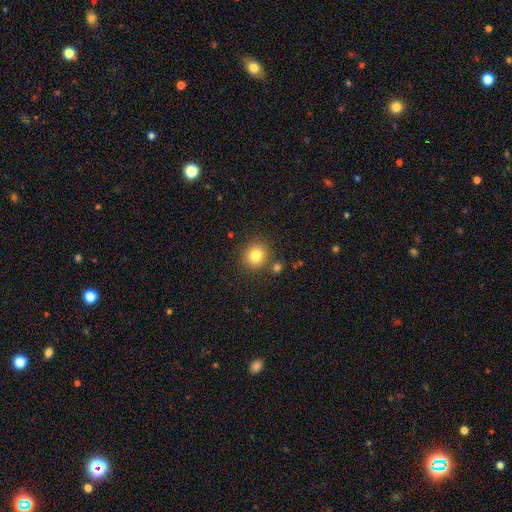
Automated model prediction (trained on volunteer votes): This appears to be a smooth galaxy with no disk features (82%) that is round (86%). Merging: none (82%).